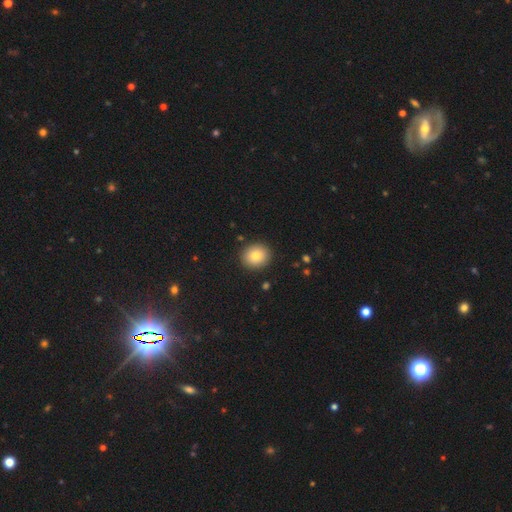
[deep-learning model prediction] Smooth or featured: smooth — 81% (star or artifact — 10%)
How rounded: round — 83% (in between — 16%)
Merging: none — 91% (minor disturbance — 6%)